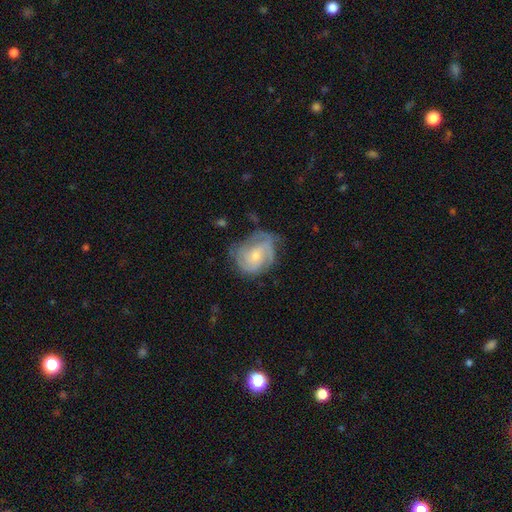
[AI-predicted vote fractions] smooth_or_featured: featured or disk (p=0.78) [alt: smooth p=0.16]
disk_edge_on: no (p=0.98) [alt: yes p=0.02]
bar: no (p=0.67) [alt: weak p=0.28]
has_spiral_arms: yes (p=0.93) [alt: no p=0.07]
spiral_winding: tight (p=0.54) [alt: medium p=0.36]
spiral_arm_count: 3 (p=0.32) [alt: 2 p=0.29]
bulge_size: small (p=0.57) [alt: moderate p=0.38]
merging: none (p=0.59) [alt: minor disturbance p=0.27]